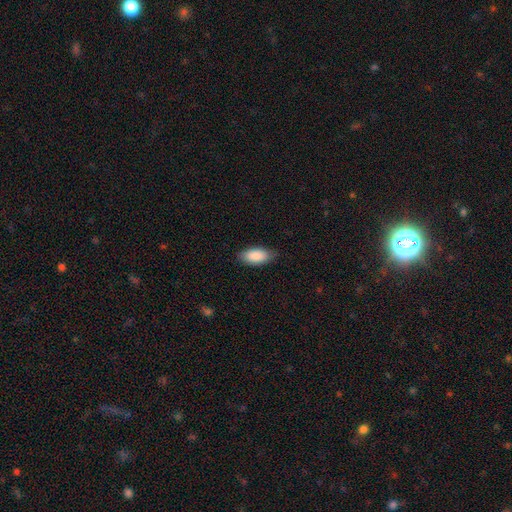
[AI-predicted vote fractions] Morphology: type=smooth (89%); roundness=in between (92%); merging=none (83%).